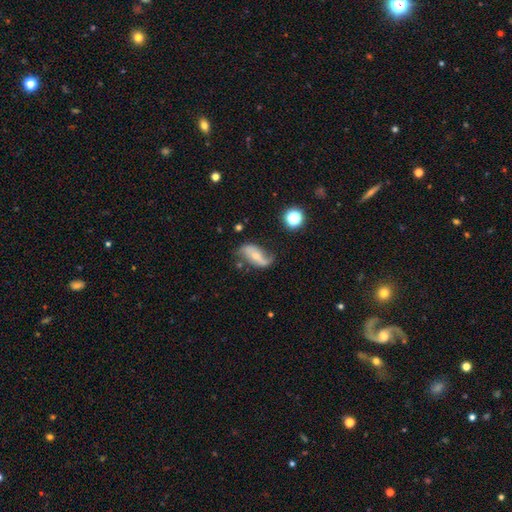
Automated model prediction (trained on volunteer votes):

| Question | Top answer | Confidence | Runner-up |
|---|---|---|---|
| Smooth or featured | featured or disk | 67% | smooth (25%) |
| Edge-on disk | no | 92% | yes (8%) |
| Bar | no | 42% | weak (30%) |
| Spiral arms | yes | 85% | no (15%) |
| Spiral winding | loose | 75% | medium (18%) |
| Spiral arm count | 2 | 76% | 1 (15%) |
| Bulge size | small | 57% | moderate (35%) |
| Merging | none | 50% | minor disturbance (28%) |